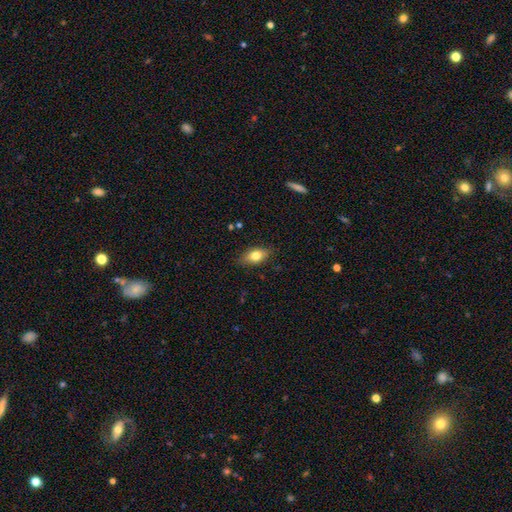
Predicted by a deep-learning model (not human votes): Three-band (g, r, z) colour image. It shows a smooth galaxy with no disk features (77%) that is in between round and cigar-shaped (85%). Merging: none (82%).